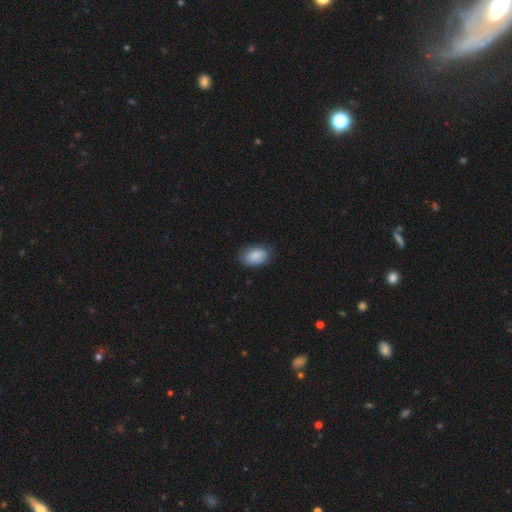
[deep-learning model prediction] This is clearly a smooth galaxy (85%). How rounded: clearly in between (89%). Merging: likely none (77%).